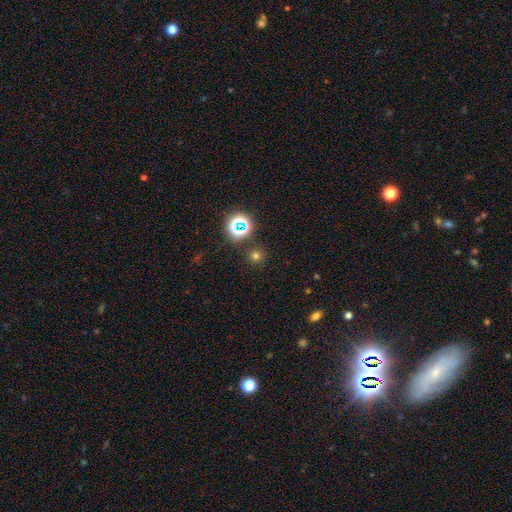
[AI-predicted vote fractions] Smooth or featured? Predicted: smooth (p=0.65). How rounded? Predicted: round (p=0.92). Merging? Predicted: none (p=0.86).